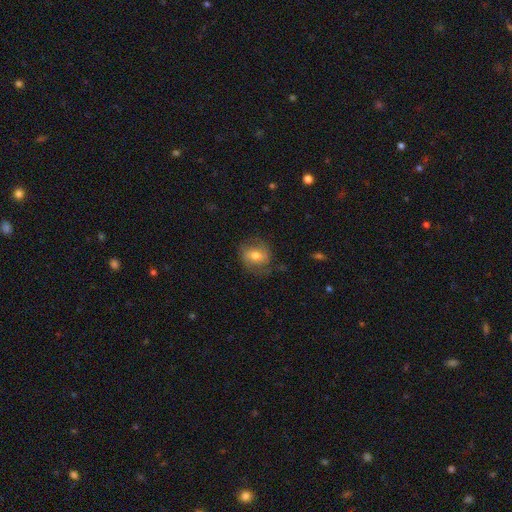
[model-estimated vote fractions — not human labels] Morphology: type=smooth (48%); merging=none (68%).